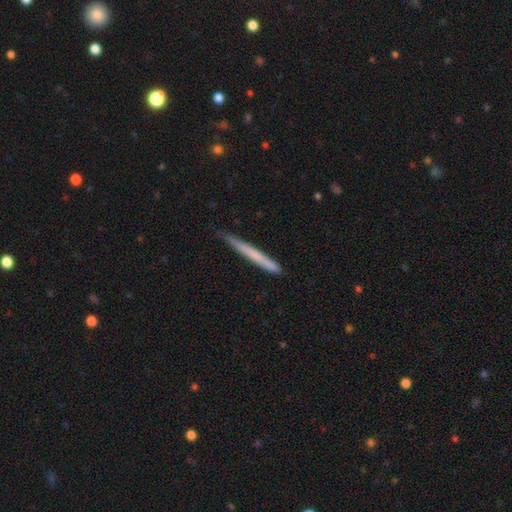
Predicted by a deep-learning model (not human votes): smooth-or-featured: smooth: 56% | featured or disk: 38% | star or artifact: 6%
  how-rounded: cigar-shaped: 97% | in between: 2% | round: 1%
  merging: none: 79% | minor disturbance: 17% | major disturbance: 2% | merger: 2%